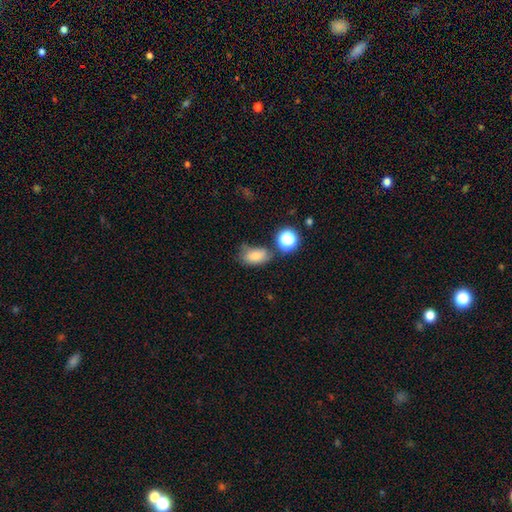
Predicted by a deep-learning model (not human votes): Morphology: type=smooth (79%); roundness=in between (86%); merging=none (55%).